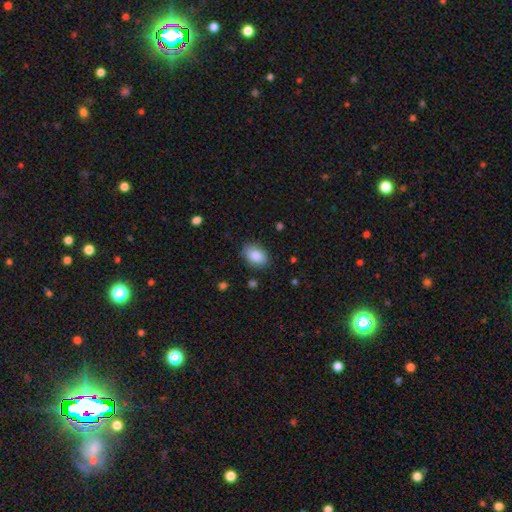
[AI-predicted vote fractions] Smooth or featured: smooth — 87% (star or artifact — 7%)
How rounded: in between — 87% (round — 12%)
Merging: none — 84% (minor disturbance — 12%)